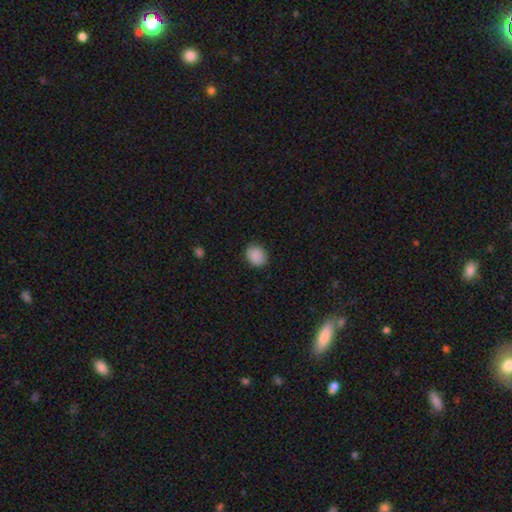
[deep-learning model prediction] smooth-or-featured: smooth: 89% | star or artifact: 8% | featured or disk: 3%
  how-rounded: round: 56% | in between: 44% | cigar-shaped: 1%
  merging: none: 86% | minor disturbance: 11% | major disturbance: 3% | merger: 1%